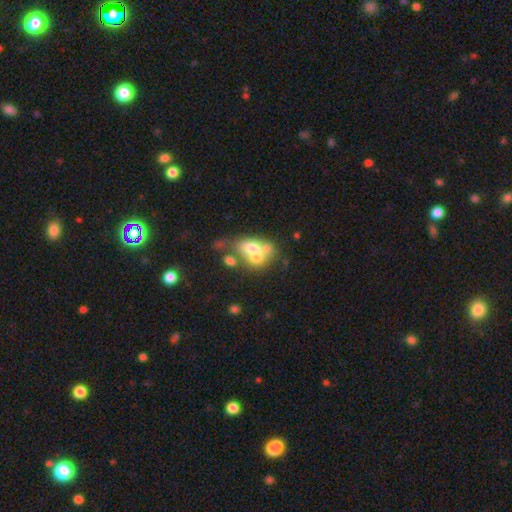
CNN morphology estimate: Smooth or featured? Predicted: smooth (p=0.49). Merging? Predicted: merger (p=0.55).